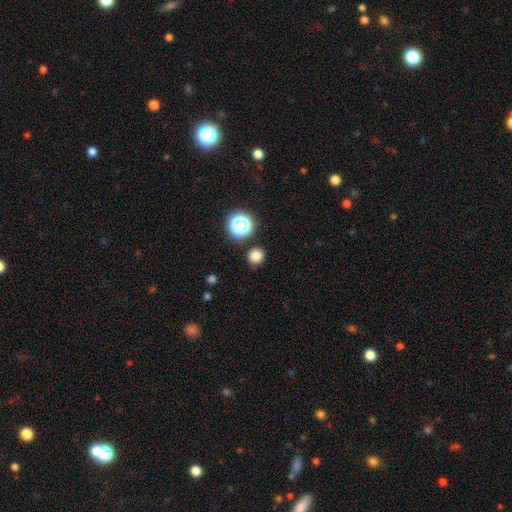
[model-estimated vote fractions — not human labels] smooth_or_featured: smooth (p=0.79) [alt: star or artifact p=0.16]
how_rounded: round (p=0.86) [alt: in between p=0.13]
merging: none (p=0.86) [alt: minor disturbance p=0.08]